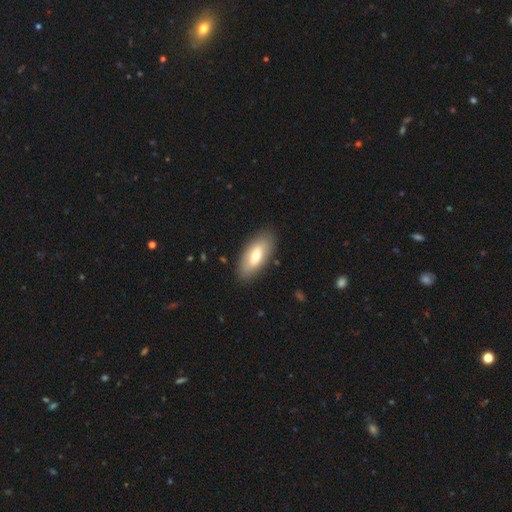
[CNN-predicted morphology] This appears to be a smooth galaxy with no disk features (64%) that is in between round and cigar-shaped (85%). Merging: none (87%).